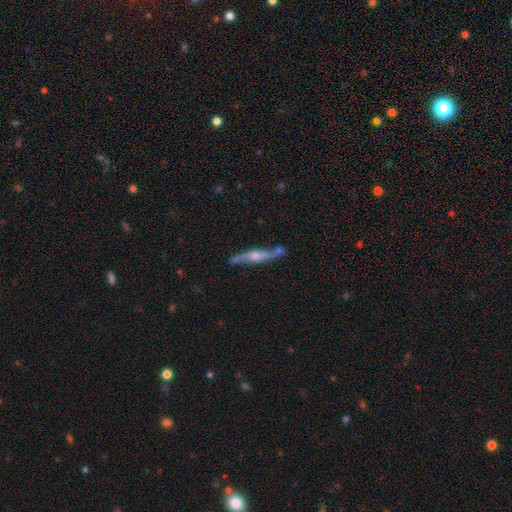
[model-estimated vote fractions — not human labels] Morphology: type=featured or disk (75%); edge-on=yes (85%); edge-on bulge=rounded (83%); merging=none (70%).